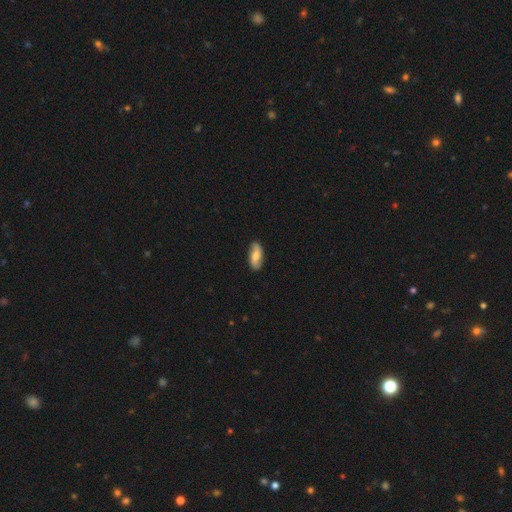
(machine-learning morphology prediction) A featured or disk galaxy (52%). Merging: none (85%).